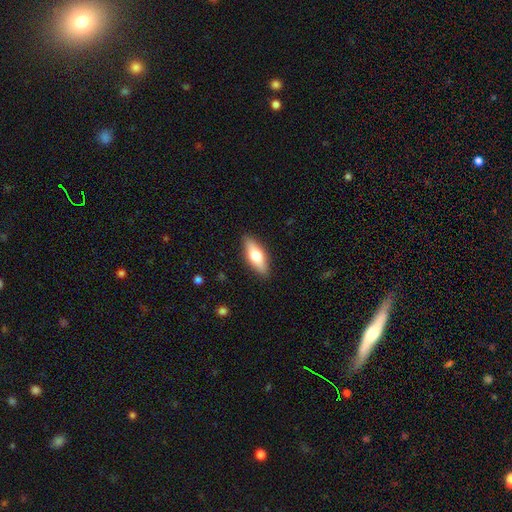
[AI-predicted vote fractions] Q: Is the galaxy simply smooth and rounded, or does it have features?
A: smooth — 61%.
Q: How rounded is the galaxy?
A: in between — 63%.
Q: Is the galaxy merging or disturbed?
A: none — 88%.